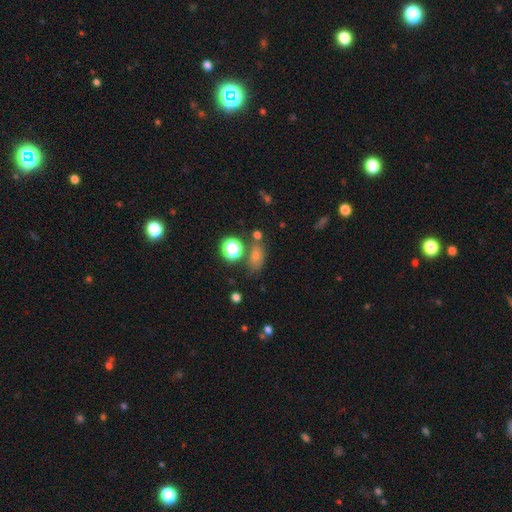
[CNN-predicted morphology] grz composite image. It shows a smooth galaxy with no disk features (70%) that is in between round and cigar-shaped (75%). Merging: none (64%).